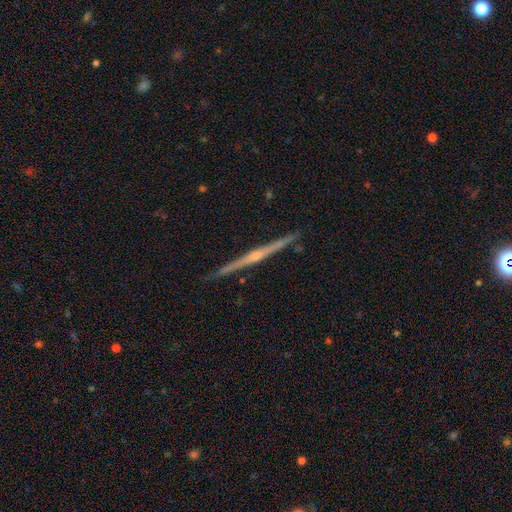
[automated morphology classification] smooth-or-featured: featured or disk: 82% | smooth: 11% | star or artifact: 6%
  disk-edge-on: yes: 98% | no: 2%
    edge-on-bulge: rounded: 74% | none: 20% | boxy: 7%
  merging: none: 91% | minor disturbance: 6% | major disturbance: 1% | merger: 1%